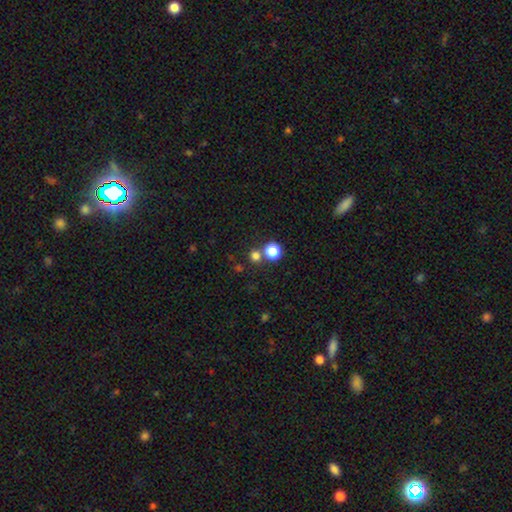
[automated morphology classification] Smooth or featured? smooth (79%)
How rounded? round (90%)
Merging? none (66%)